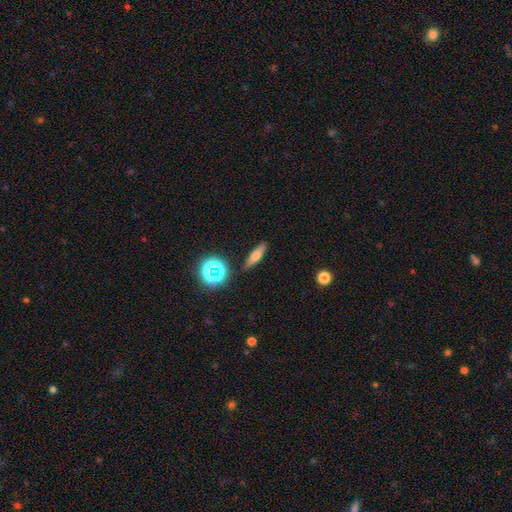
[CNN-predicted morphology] This appears to be a smooth galaxy with no disk features (60%) that is cigar-shaped (61%). Merging: none (87%).